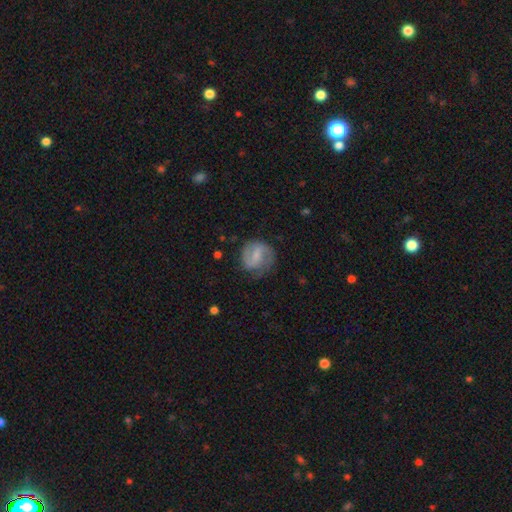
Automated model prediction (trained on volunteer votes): Smooth or featured? Predicted: featured or disk (p=0.53). Edge-on disk? Predicted: no (p=0.97). Bar? Predicted: weak (p=0.51). Spiral arms? Predicted: yes (p=0.78). Bulge size? Predicted: small (p=0.42). Merging? Predicted: none (p=0.60).